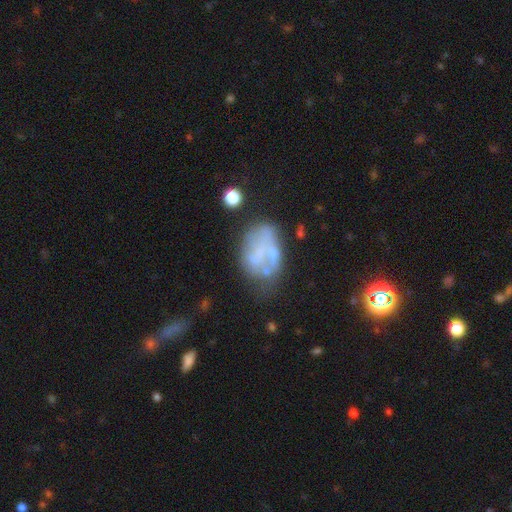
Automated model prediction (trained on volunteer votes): Overall: featured or disk (52%; smooth 37%). Edge-on disk: no (97%). Bar: no (79%). Spiral arms: no (82%). Bulge size: none (58%; small 21%). Merging: none (35%; major disturbance 26%).